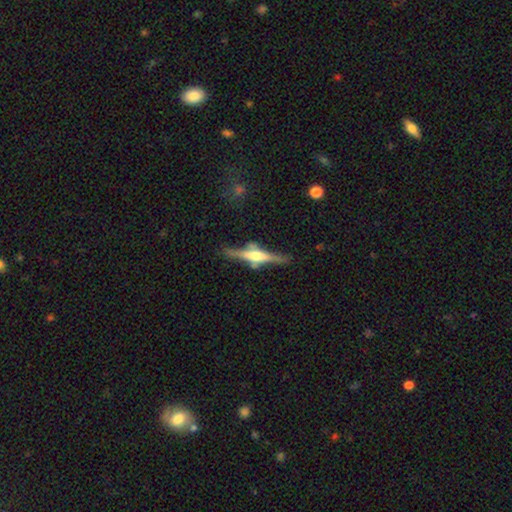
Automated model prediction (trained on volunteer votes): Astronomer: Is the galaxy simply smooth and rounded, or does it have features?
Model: featured or disk — 77%.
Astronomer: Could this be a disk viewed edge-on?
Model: yes — 97%.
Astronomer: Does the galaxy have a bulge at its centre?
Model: rounded — 86%.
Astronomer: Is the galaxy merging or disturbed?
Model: none — 78%.